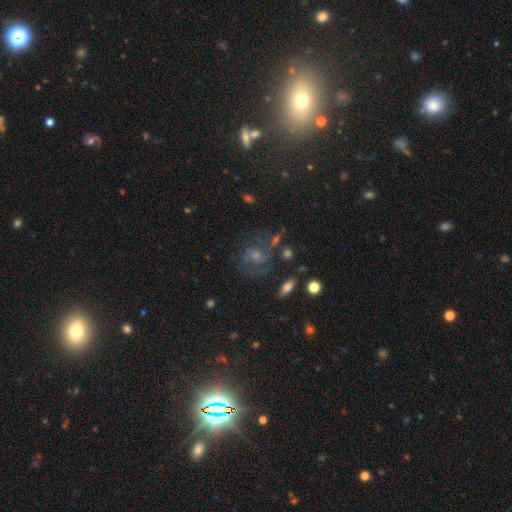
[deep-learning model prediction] Smooth or featured?
  - featured or disk: 63% *
  - smooth: 22%
  - star or artifact: 16%
Edge-on disk?
  - no: 96% *
  - yes: 4%
Bar?
  - no: 67% *
  - weak: 28%
  - strong: 5%
Spiral arms?
  - yes: 83% *
  - no: 17%
Spiral winding?
  - medium: 49% *
  - tight: 31%
  - loose: 20%
Spiral arm count?
  - 2: 50% *
  - can't tell: 26%
  - 3: 11%
  - 1: 6%
  - 4: 4%
  - more than 4: 4%
Bulge size?
  - small: 43% *
  - moderate: 36%
  - none: 13%
  - large: 6%
  - dominant: 2%
Merging?
  - none: 57% *
  - minor disturbance: 19%
  - major disturbance: 18%
  - merger: 6%